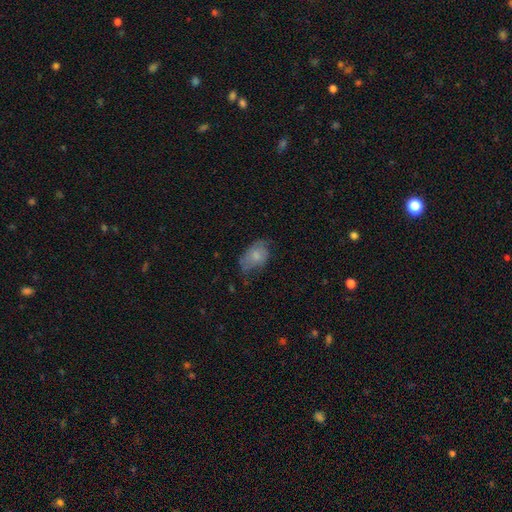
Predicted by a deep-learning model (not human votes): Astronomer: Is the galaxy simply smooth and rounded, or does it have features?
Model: smooth — 65%.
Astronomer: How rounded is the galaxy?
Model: in between — 87%.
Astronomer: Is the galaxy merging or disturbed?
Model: none — 45% (runner-up: minor disturbance, 36%).